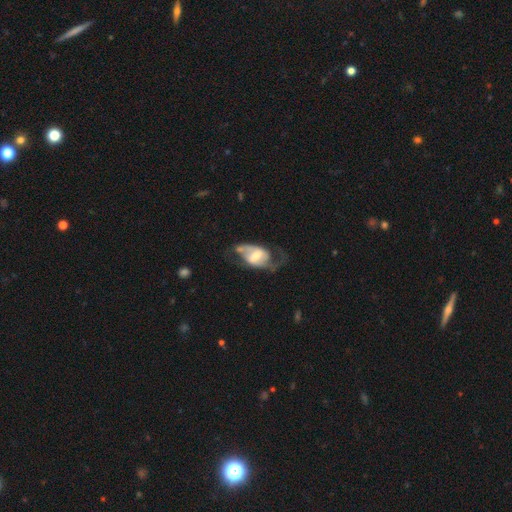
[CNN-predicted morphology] A featured or disk galaxy (72%) with a weak bar (44%), 2 (81%) loose (44%) spiral arms (77%) and a moderate central bulge (54%). Merging: none (47%).